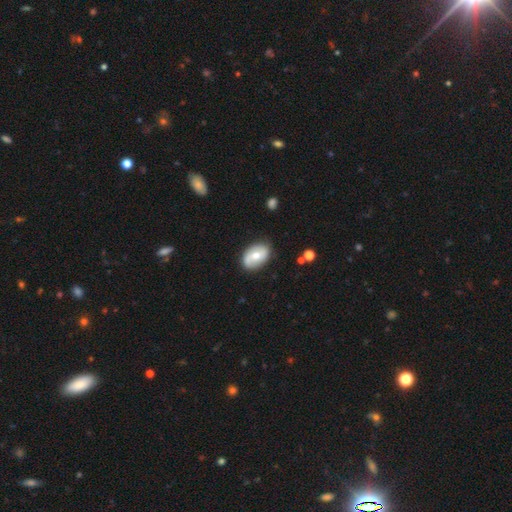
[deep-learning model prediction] Smooth or featured? smooth (50%)
How rounded? in between (85%)
Merging? none (79%)